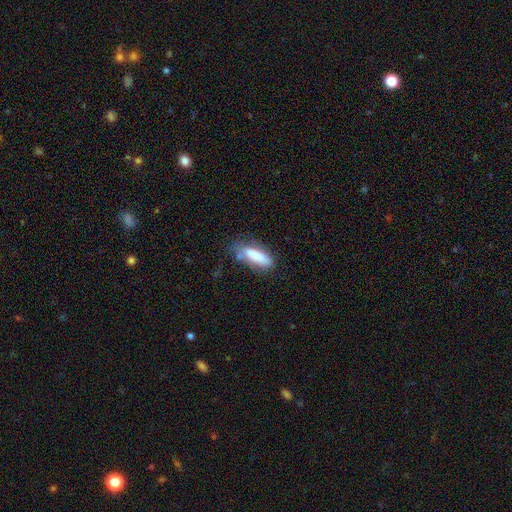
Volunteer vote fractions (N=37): Morphology: type=smooth (92%); roundness=in between (50%, tied with cigar-shaped); merging=none (51%).